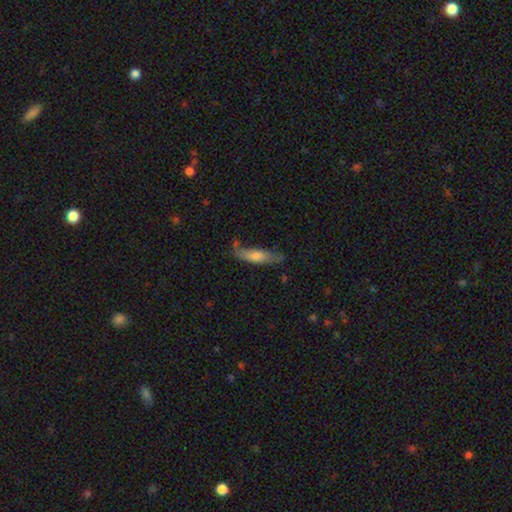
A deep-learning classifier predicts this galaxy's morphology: smooth 65%, featured or disk 29%, star or artifact 7%. Down the decision tree: how rounded — cigar-shaped (67%); merging — none (61%).